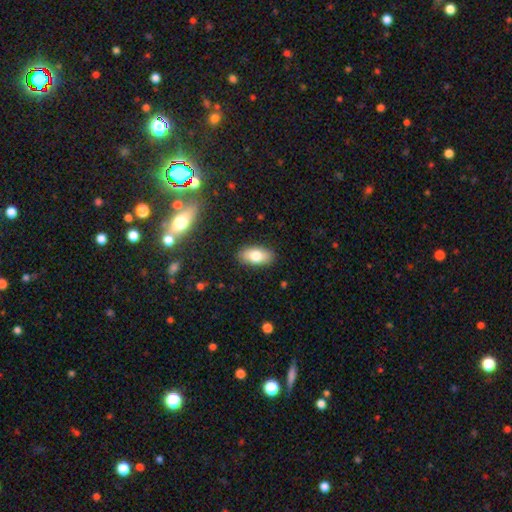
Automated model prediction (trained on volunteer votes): A smooth galaxy with no disk features (79%) that is in between round and cigar-shaped (91%). Merging: none (87%).